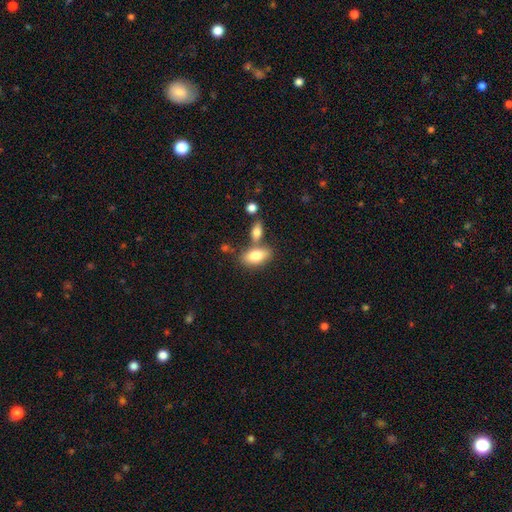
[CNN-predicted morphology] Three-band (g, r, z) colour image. It shows a smooth galaxy with no disk features (79%) that is in between round and cigar-shaped (90%). Merging: none (58%).